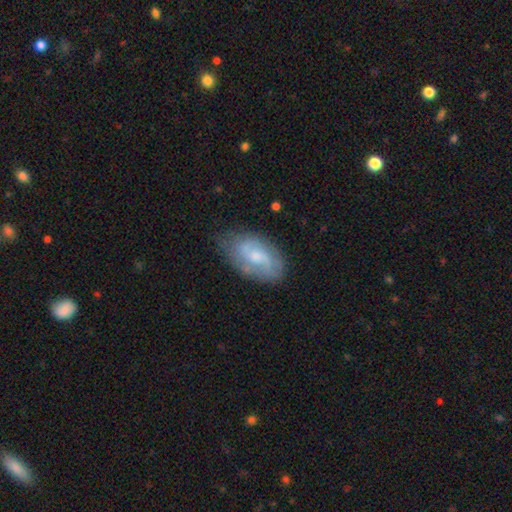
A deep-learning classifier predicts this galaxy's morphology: Smooth or featured?
  - featured or disk: 62% *
  - smooth: 31%
  - star or artifact: 7%
Edge-on disk?
  - no: 95% *
  - yes: 5%
Bar?
  - no: 51% *
  - weak: 43%
  - strong: 6%
Spiral arms?
  - yes: 84% *
  - no: 16%
Bulge size?
  - moderate: 46% *
  - small: 40%
  - none: 9%
  - large: 4%
  - dominant: 1%
Merging?
  - none: 69% *
  - minor disturbance: 23%
  - major disturbance: 7%
  - merger: 2%